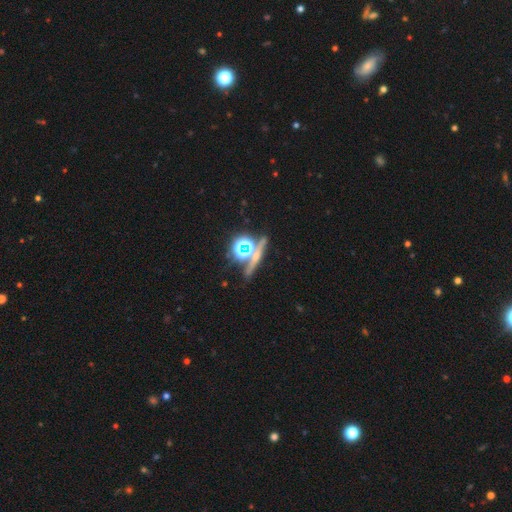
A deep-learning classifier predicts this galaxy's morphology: Smooth or featured? Predicted: star or artifact (p=0.44).